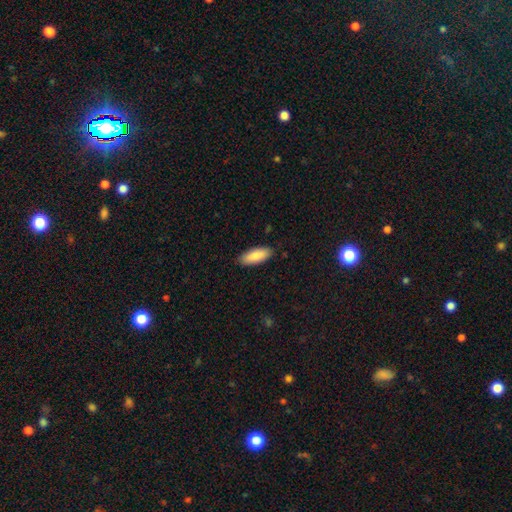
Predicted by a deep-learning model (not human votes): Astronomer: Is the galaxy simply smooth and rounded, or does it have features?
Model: smooth — 86%.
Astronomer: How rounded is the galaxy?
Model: in between — 76%.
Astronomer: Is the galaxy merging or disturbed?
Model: none — 88%.